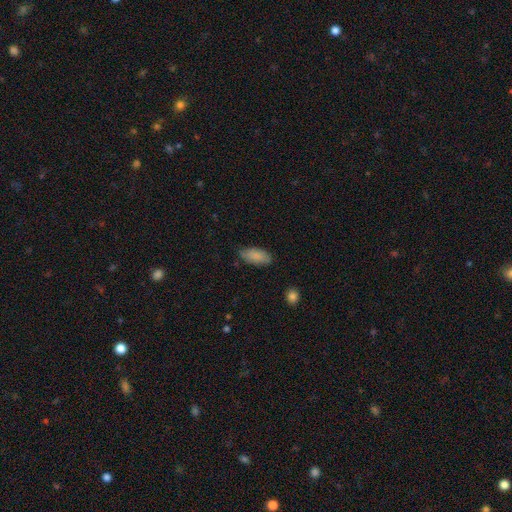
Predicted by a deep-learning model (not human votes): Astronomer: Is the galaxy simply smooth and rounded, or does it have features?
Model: smooth — 86%.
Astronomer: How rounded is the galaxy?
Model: in between — 90%.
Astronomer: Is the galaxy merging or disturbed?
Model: none — 74%.